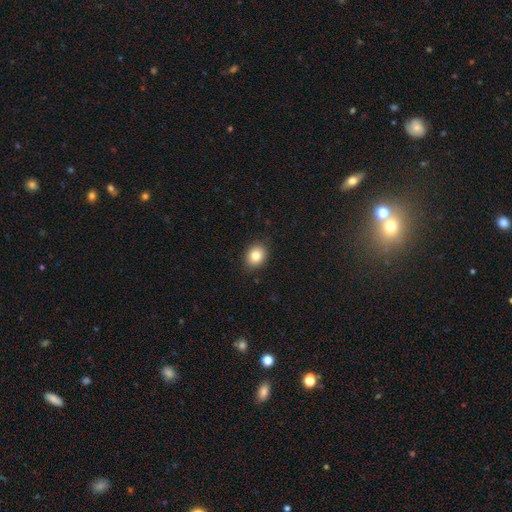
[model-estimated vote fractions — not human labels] Smooth or featured? smooth (83%)
How rounded? in between (51%)
Merging? none (88%)